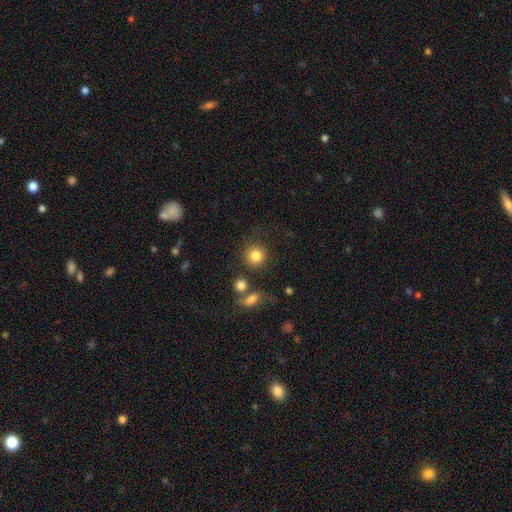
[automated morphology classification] type=smooth (83%); roundness=round (91%); merging=none (77%).